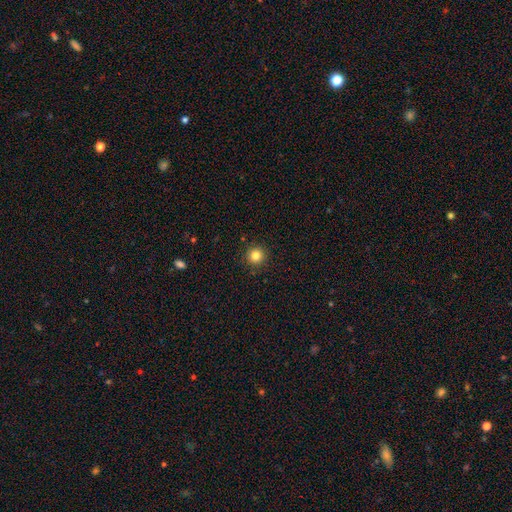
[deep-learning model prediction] Overall: smooth (83%). How rounded: round (95%). Merging: none (92%).